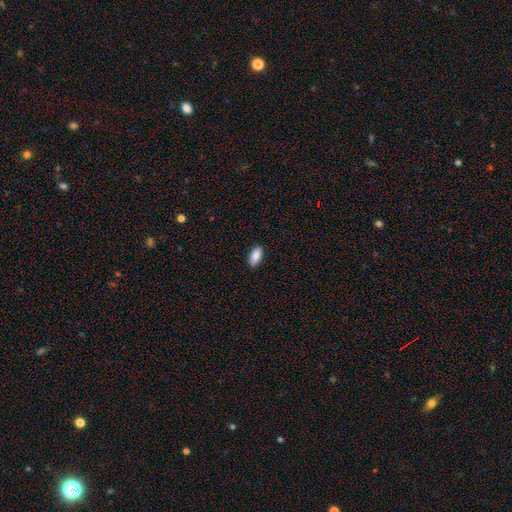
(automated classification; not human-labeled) Smooth or featured?
  - smooth: 88% *
  - star or artifact: 7%
  - featured or disk: 6%
How rounded?
  - in between: 90% *
  - cigar-shaped: 8%
  - round: 2%
Merging?
  - none: 89% *
  - minor disturbance: 8%
  - major disturbance: 2%
  - merger: 1%